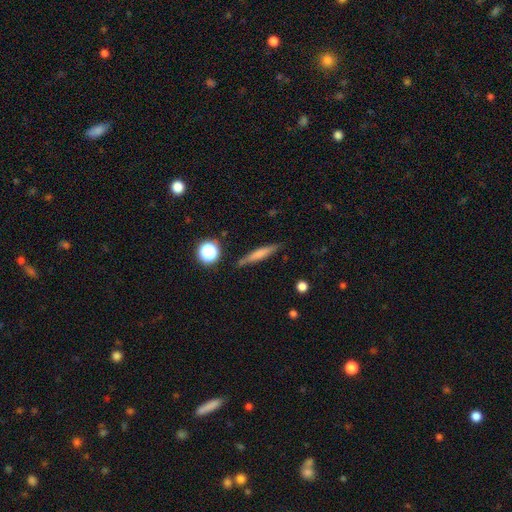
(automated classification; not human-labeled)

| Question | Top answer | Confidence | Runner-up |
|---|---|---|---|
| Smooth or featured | smooth | 50% | featured or disk (40%) |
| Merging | none | 88% | minor disturbance (8%) |